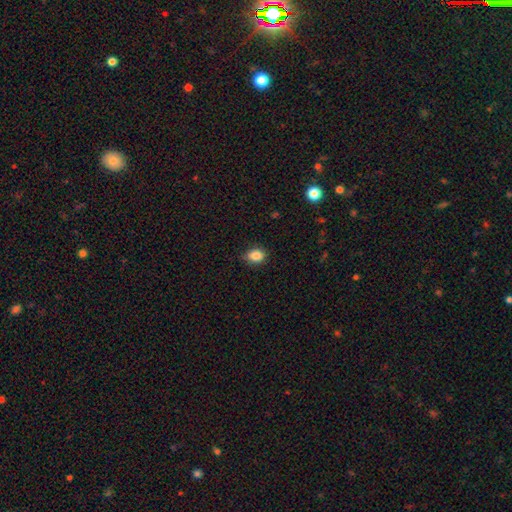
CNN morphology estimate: Smooth or featured?
  - smooth: 86% *
  - star or artifact: 9%
  - featured or disk: 5%
How rounded?
  - in between: 69% *
  - round: 29%
  - cigar-shaped: 1%
Merging?
  - none: 81% *
  - minor disturbance: 15%
  - major disturbance: 3%
  - merger: 1%